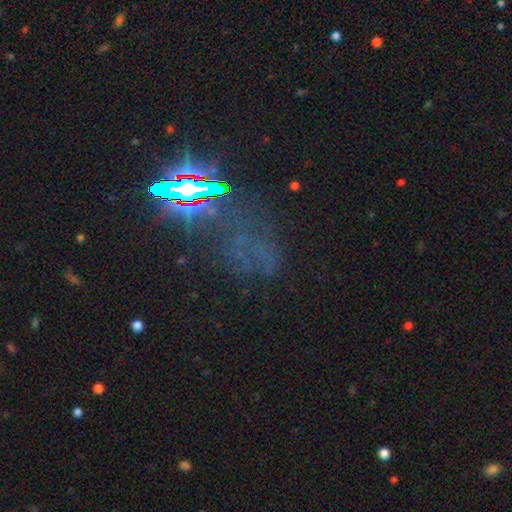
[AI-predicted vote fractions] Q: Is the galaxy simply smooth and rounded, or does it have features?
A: star or artifact — 68%.